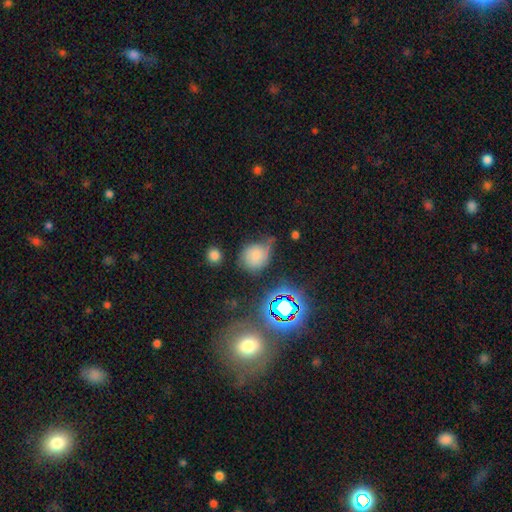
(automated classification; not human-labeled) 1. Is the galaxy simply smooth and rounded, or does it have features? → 65% smooth, 18% star or artifact, 17% featured or disk.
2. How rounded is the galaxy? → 71% round, 27% in between, 1% cigar-shaped.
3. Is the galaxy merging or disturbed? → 43% none, 36% minor disturbance, 16% major disturbance, 6% merger.